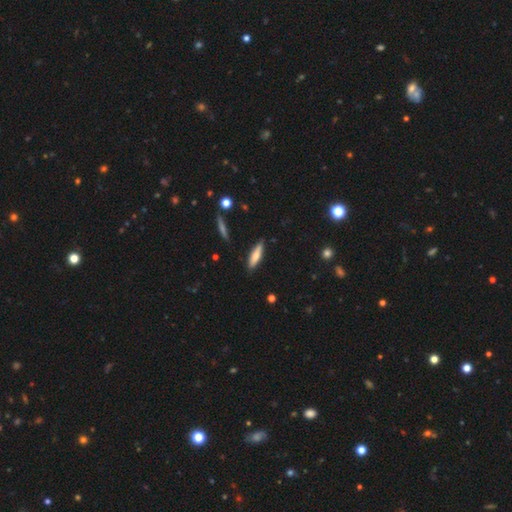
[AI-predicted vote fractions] The model was most divided on "how rounded": cigar-shaped: 68%, in between: 30%, round: 2%. More confident: merging — none (86%); smooth or featured — smooth (72%).